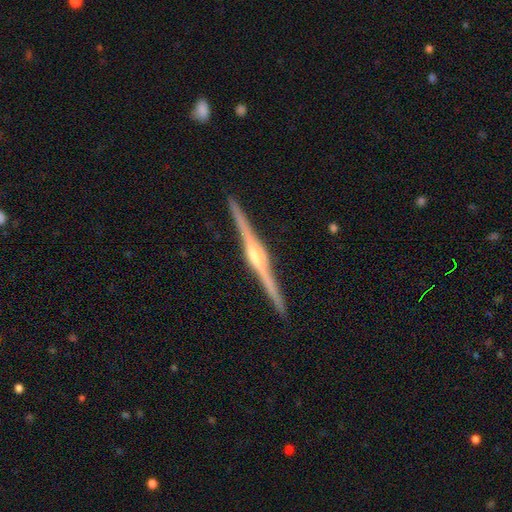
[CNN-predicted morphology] featured or disk 87%, smooth 8%, star or artifact 5%. Down the decision tree: edge-on disk — yes (99%); edge-on bulge — rounded (77%); merging — none (92%).